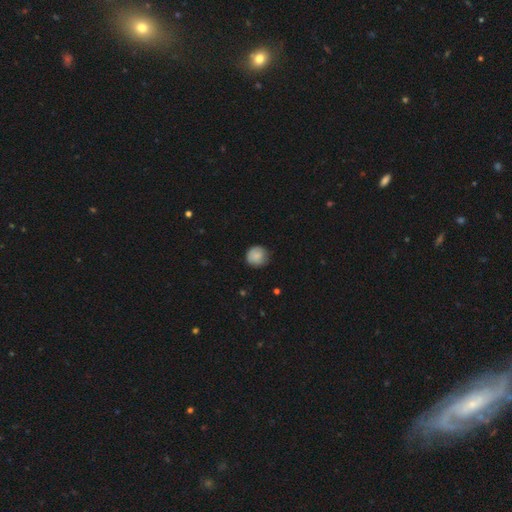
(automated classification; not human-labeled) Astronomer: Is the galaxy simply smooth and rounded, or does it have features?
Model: smooth — 85%.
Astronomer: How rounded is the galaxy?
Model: round — 91%.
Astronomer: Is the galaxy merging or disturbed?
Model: none — 76%.